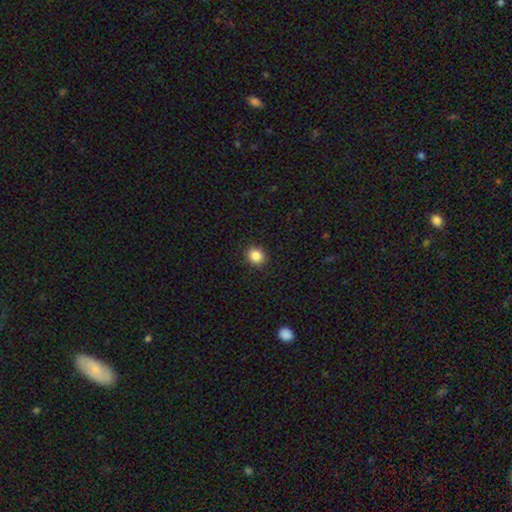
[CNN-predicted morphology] Smooth or featured? Predicted: smooth (p=0.85). How rounded? Predicted: round (p=0.75). Merging? Predicted: none (p=0.91).